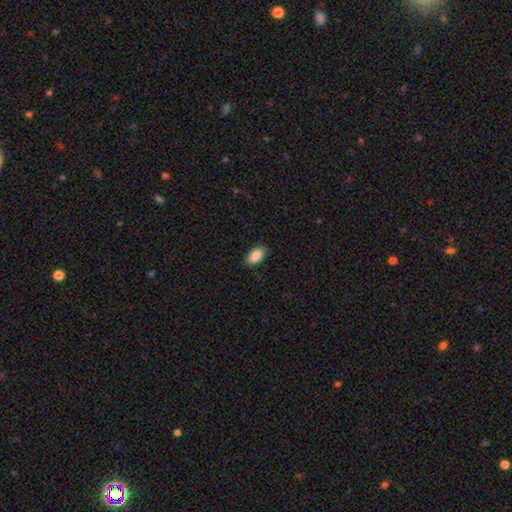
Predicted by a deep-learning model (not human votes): Q: Smooth or featured?
A: smooth (89%); runner-up: star or artifact (7%)
Q: How rounded?
A: in between (94%); runner-up: round (3%)
Q: Merging?
A: none (89%); runner-up: minor disturbance (8%)